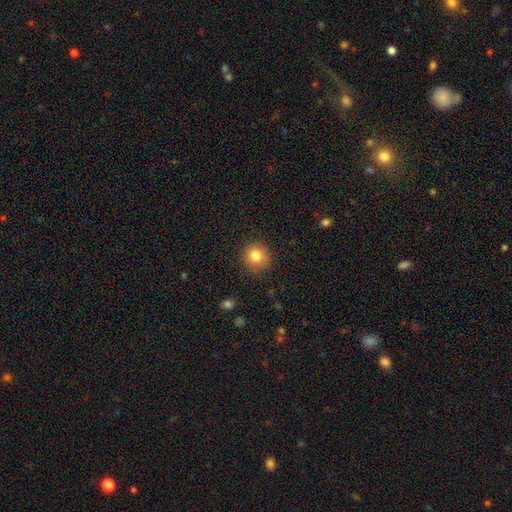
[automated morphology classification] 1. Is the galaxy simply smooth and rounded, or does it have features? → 82% smooth, 11% star or artifact, 8% featured or disk.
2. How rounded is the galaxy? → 92% round, 7% in between, 1% cigar-shaped.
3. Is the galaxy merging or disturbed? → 87% none, 9% minor disturbance, 3% major disturbance, 1% merger.